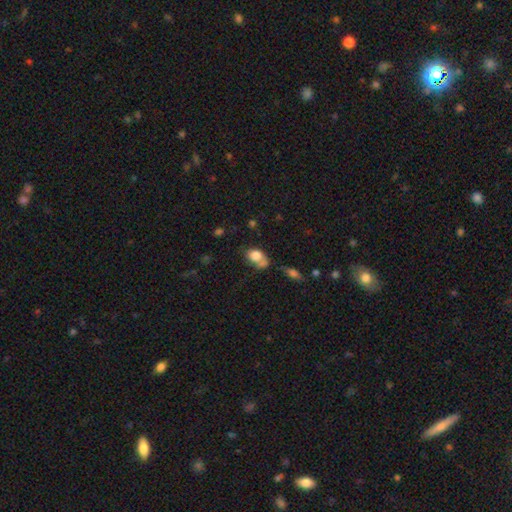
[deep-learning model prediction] A smooth galaxy with no disk features (78%) that is in between round and cigar-shaped (73%). Merging: none (34%).